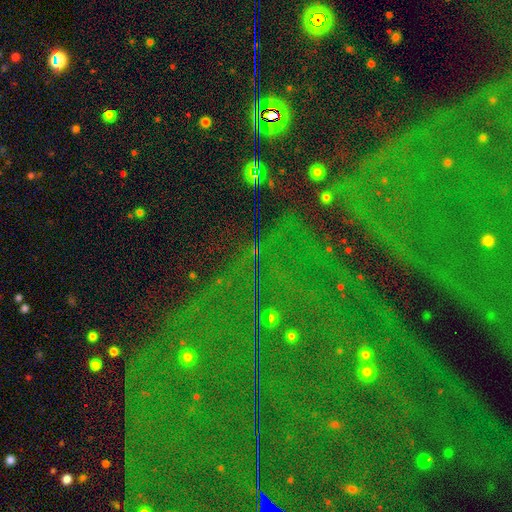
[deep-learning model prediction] This appears to be a star or artifact, not a galaxy (84%).